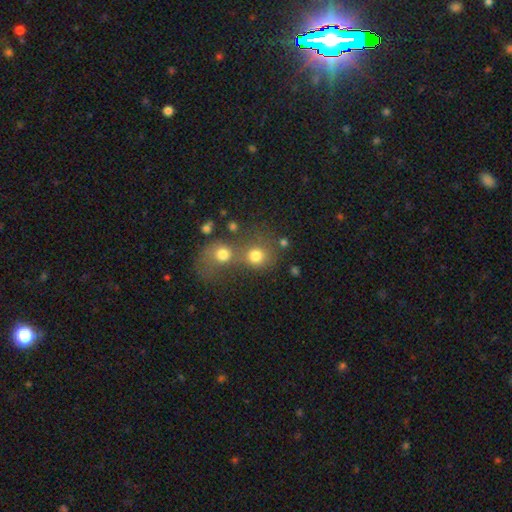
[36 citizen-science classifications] This appears to be a smooth galaxy with no disk features (89%) that is round (88%). Merging: merger (49%).